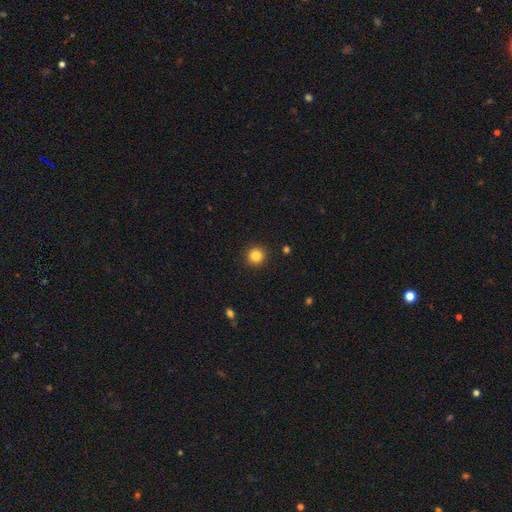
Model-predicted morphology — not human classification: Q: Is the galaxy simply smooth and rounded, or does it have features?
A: smooth — 84%.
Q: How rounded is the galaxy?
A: round — 94%.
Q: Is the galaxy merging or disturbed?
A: none — 92%.